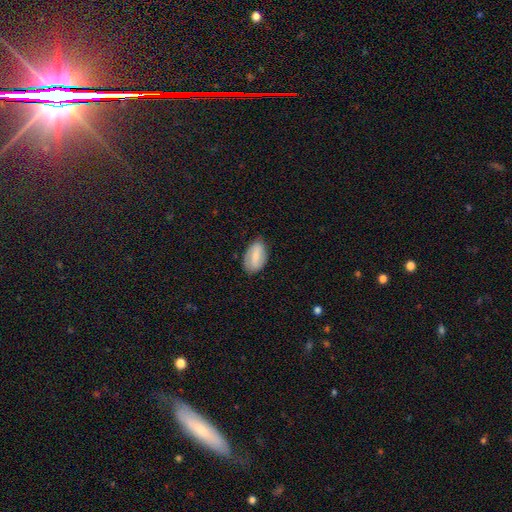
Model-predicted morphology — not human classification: Smooth or featured?
  - smooth: 61% *
  - featured or disk: 33%
  - star or artifact: 7%
How rounded?
  - in between: 92% *
  - round: 5%
  - cigar-shaped: 3%
Merging?
  - none: 75% *
  - minor disturbance: 20%
  - major disturbance: 4%
  - merger: 1%